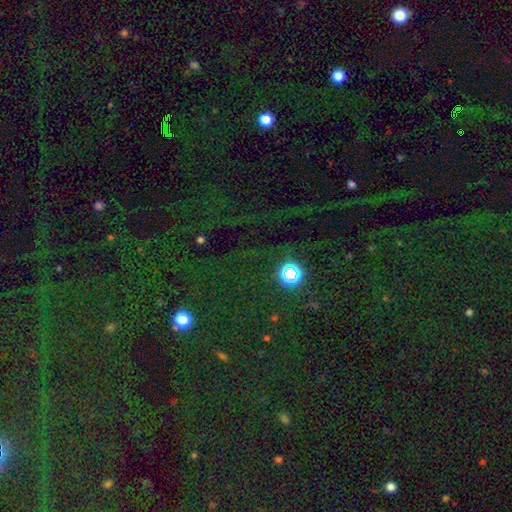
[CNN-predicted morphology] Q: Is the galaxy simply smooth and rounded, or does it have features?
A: star or artifact — 70%.